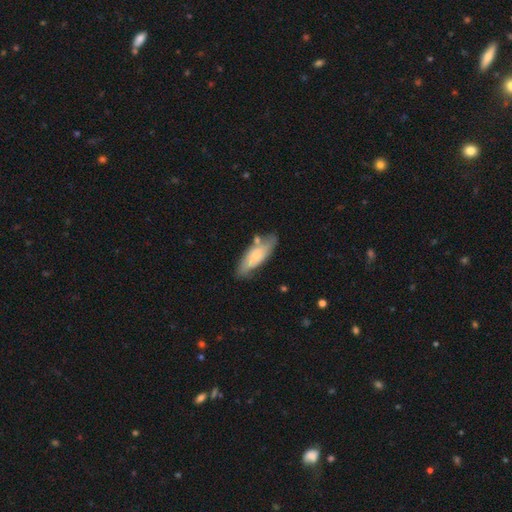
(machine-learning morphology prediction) This is likely a smooth galaxy (63%). How rounded: likely in between (62%). Merging: likely none (63%).